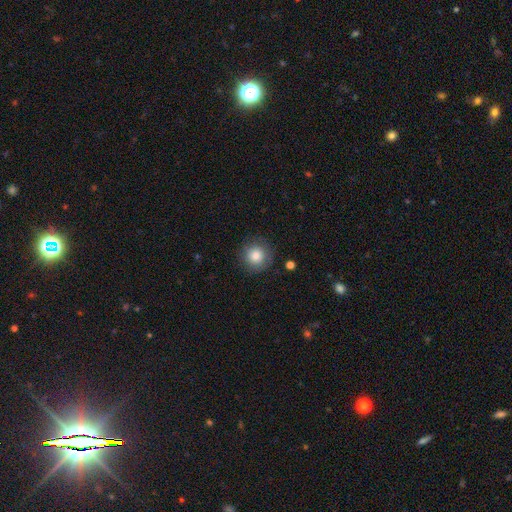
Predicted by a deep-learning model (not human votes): Smooth or featured: smooth — 83% (star or artifact — 10%)
How rounded: round — 94% (in between — 5%)
Merging: none — 86% (minor disturbance — 10%)